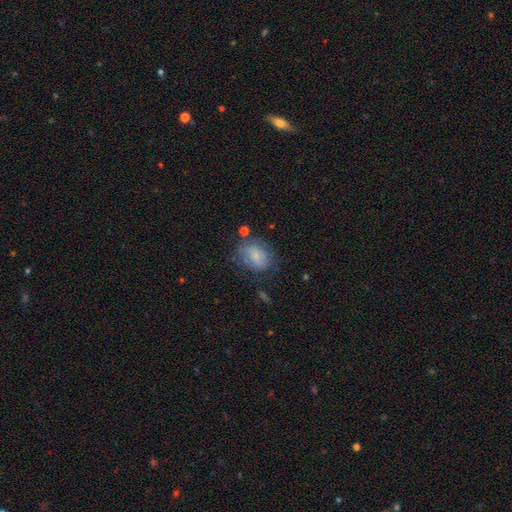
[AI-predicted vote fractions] smooth_or_featured: smooth (p=0.68) [alt: featured or disk p=0.22]
how_rounded: in between (p=0.59) [alt: round p=0.39]
merging: none (p=0.56) [alt: minor disturbance p=0.26]